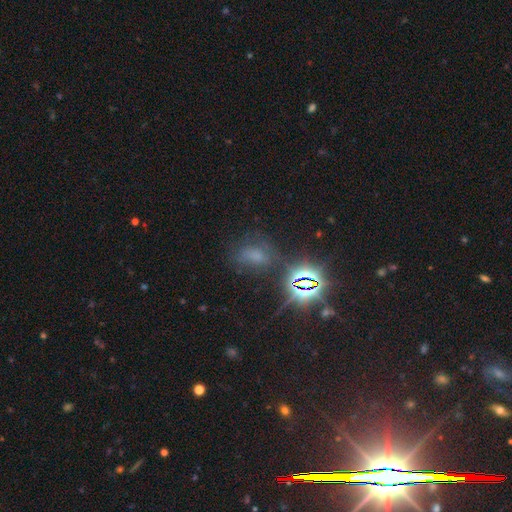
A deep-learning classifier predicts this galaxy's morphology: A star or artifact, not a galaxy (44%).

Vote fractions:
- Smooth or featured? star or artifact: 44% / smooth: 43% / featured or disk: 13%